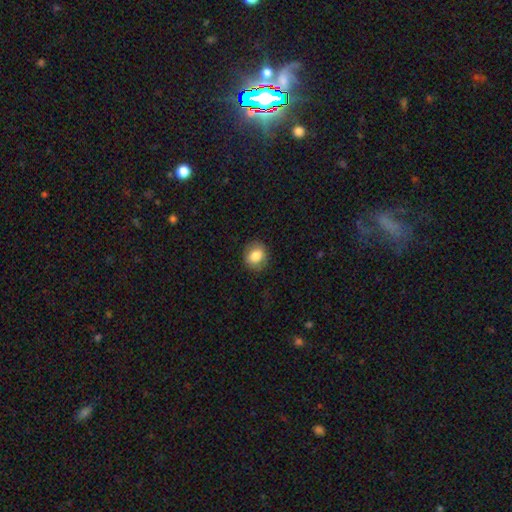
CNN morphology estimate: Q: Smooth or featured?
A: smooth (81%); runner-up: featured or disk (11%)
Q: How rounded?
A: round (67%); runner-up: in between (32%)
Q: Merging?
A: none (86%); runner-up: minor disturbance (10%)